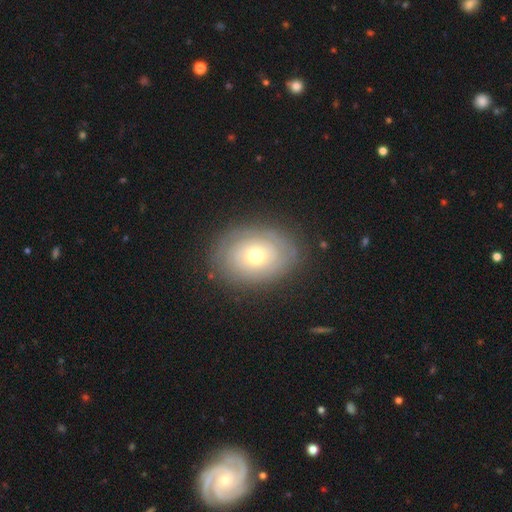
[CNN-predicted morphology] Overall: featured or disk (62%; smooth 31%). Edge-on disk: no (95%). Bar: no (88%). Spiral arms: yes (67%; no 33%). Bulge size: moderate (65%; small 28%). Merging: none (83%).